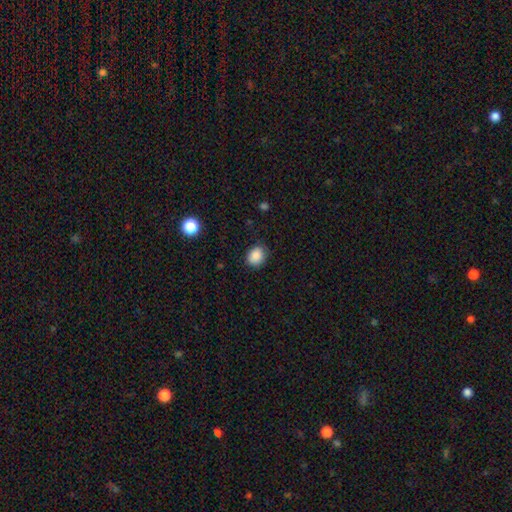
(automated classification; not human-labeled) smooth_or_featured: smooth (p=0.87) [alt: star or artifact p=0.09]
how_rounded: round (p=0.54) [alt: in between p=0.45]
merging: none (p=0.82) [alt: minor disturbance p=0.14]